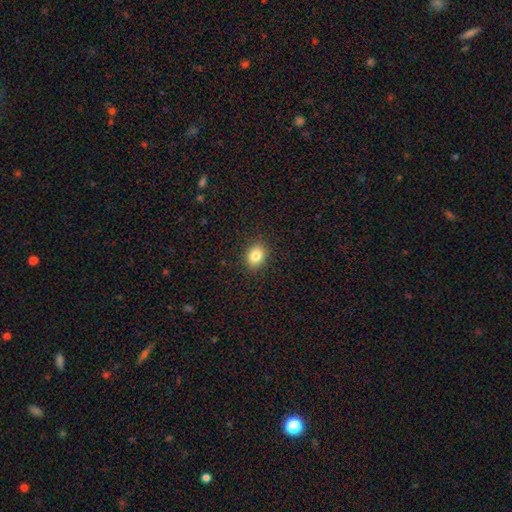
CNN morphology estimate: Smooth or featured? Predicted: smooth (p=0.84). How rounded? Predicted: in between (p=0.51). Merging? Predicted: none (p=0.90).